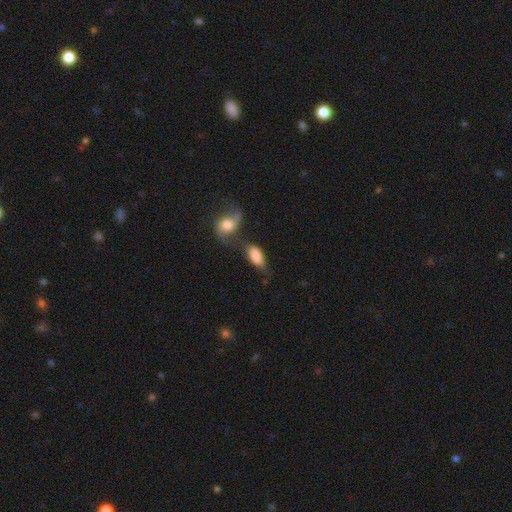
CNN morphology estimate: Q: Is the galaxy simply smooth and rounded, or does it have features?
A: smooth — 76%.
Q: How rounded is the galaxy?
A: in between — 88%.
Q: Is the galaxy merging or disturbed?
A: merger — 44%.